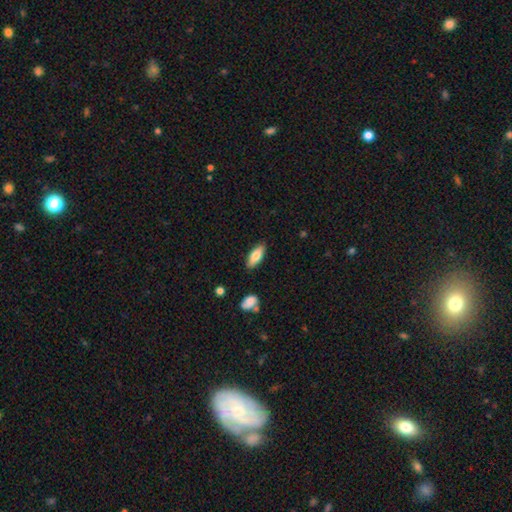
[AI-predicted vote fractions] This is likely a smooth galaxy (76%). How rounded: likely in between (75%). Merging: clearly none (87%).